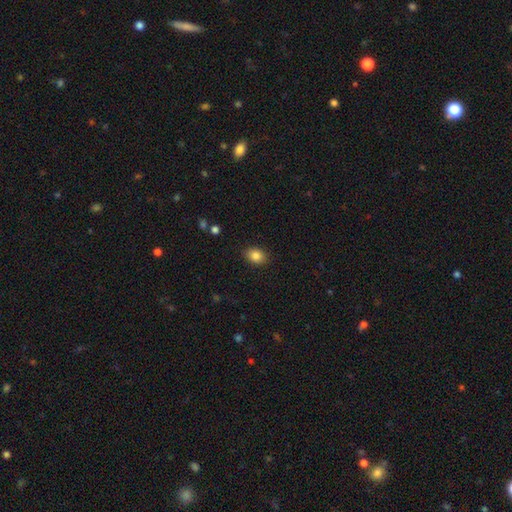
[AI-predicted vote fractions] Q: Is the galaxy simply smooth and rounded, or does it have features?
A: smooth — 85%.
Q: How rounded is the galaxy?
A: in between — 68%.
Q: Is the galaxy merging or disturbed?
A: none — 87%.